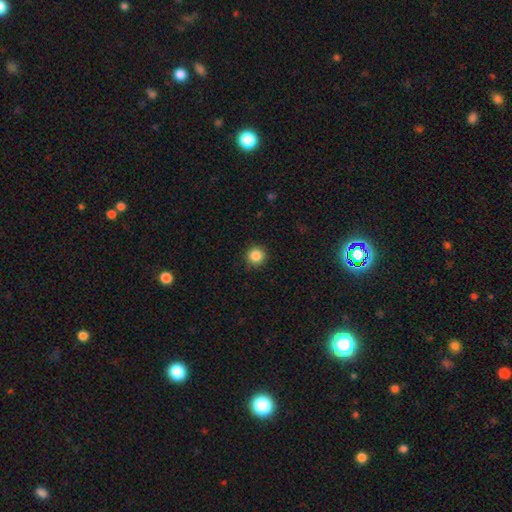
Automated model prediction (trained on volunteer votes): A smooth galaxy with no disk features (86%) that is round (95%). Merging: none (90%).